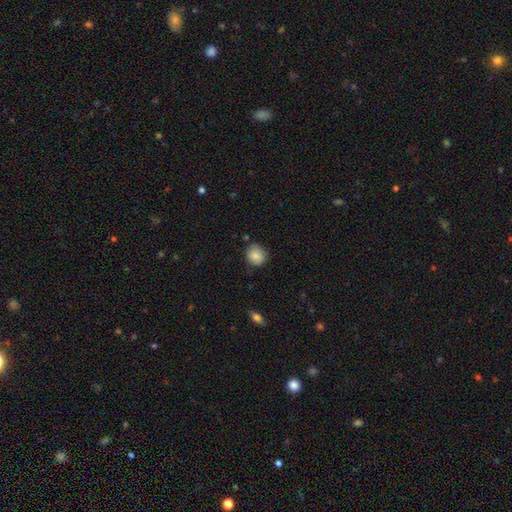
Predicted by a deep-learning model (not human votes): Morphology: type=smooth (83%); roundness=round (77%); merging=none (76%).